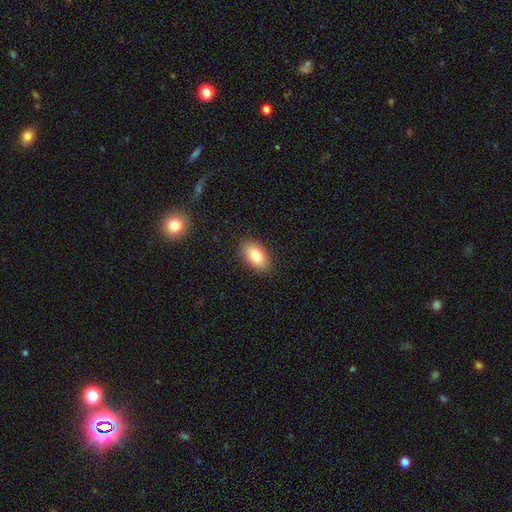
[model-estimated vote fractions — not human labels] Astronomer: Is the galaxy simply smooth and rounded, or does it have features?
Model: smooth — 82%.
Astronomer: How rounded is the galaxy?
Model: in between — 93%.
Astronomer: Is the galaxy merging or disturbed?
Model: none — 88%.